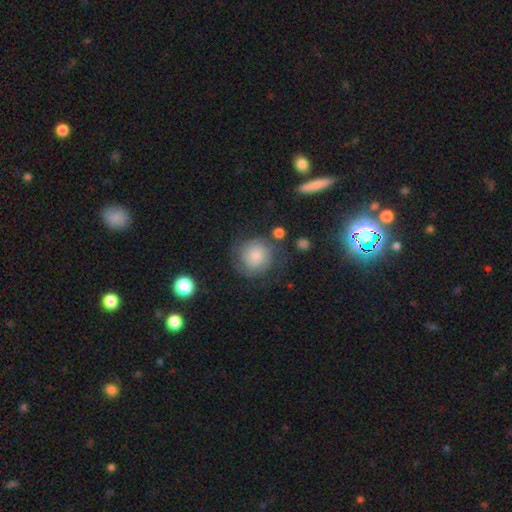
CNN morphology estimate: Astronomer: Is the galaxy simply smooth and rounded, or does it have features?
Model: smooth — 55% (runner-up: featured or disk, 36%).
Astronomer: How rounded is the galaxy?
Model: round — 89%.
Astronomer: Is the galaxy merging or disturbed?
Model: none — 61%.